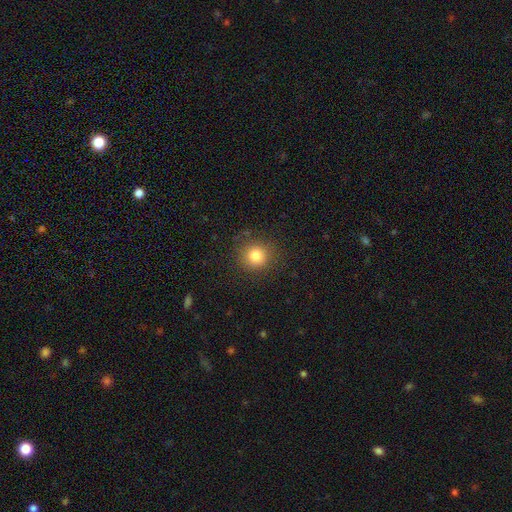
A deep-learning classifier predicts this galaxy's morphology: This is clearly a smooth galaxy (81%). How rounded: clearly round (90%). Merging: clearly none (86%).